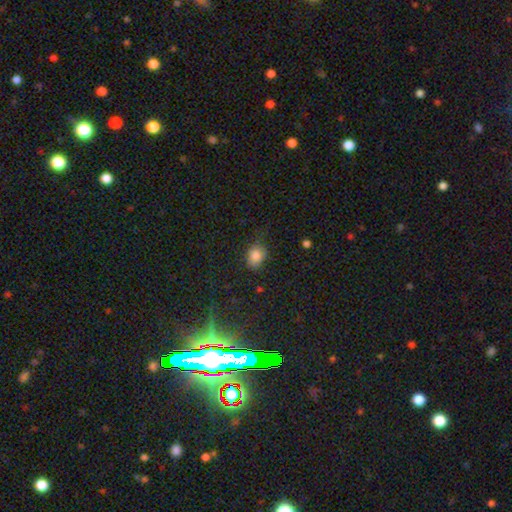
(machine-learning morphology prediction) The model was most divided on "how rounded": in between: 56%, round: 43%, cigar-shaped: 1%. More confident: smooth or featured — smooth (82%); merging — none (67%).